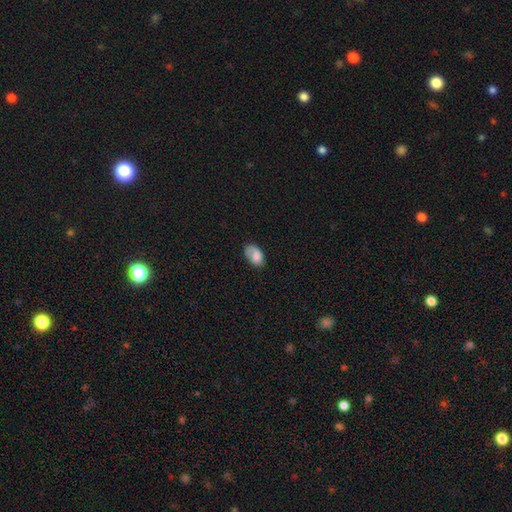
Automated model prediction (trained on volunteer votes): smooth-or-featured: smooth: 76% | featured or disk: 16% | star or artifact: 8%
  how-rounded: in between: 90% | round: 9% | cigar-shaped: 1%
  merging: none: 55% | minor disturbance: 28% | major disturbance: 15% | merger: 3%